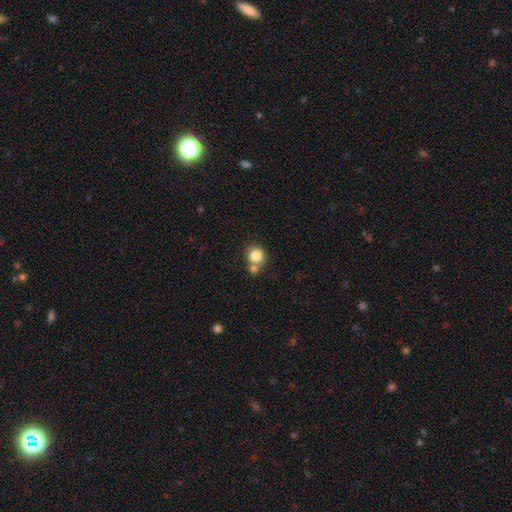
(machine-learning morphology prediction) A smooth galaxy with no disk features (82%) that is round (88%).

Vote fractions:
- Smooth or featured? smooth: 82% / star or artifact: 10% / featured or disk: 8%
- How rounded? round: 88% / in between: 11% / cigar-shaped: 1%
- Merging? none: 56% / merger: 32% / minor disturbance: 9% / major disturbance: 3%